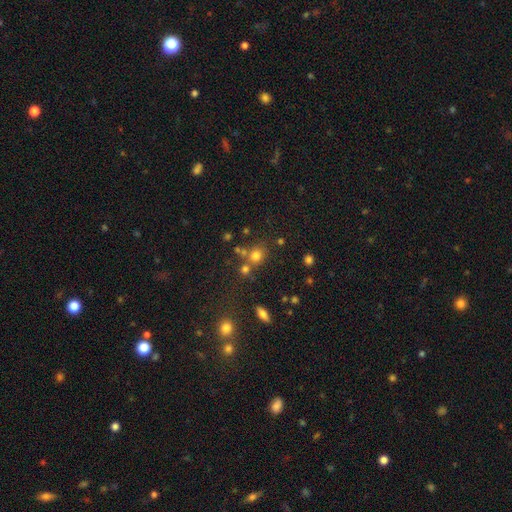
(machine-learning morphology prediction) Smooth or featured? smooth (73%)
How rounded? round (78%)
Merging? none (61%)